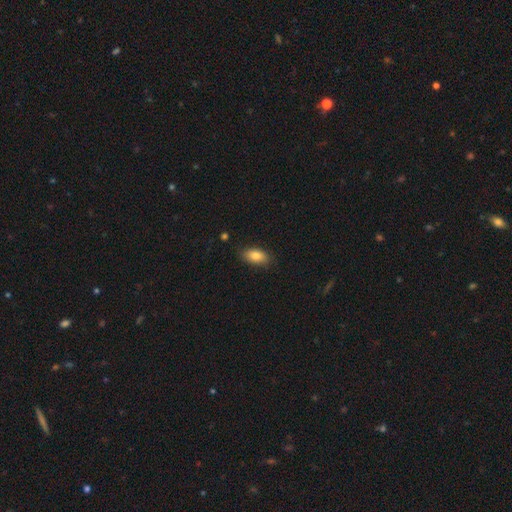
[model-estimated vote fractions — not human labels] This is clearly a smooth galaxy (83%). How rounded: clearly in between (90%). Merging: clearly none (83%).